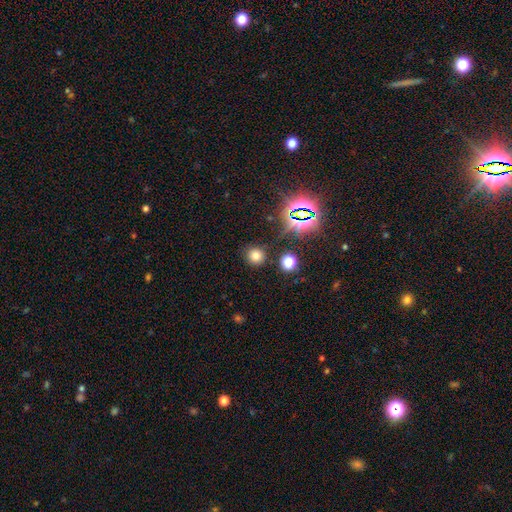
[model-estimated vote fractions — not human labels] Smooth or featured? smooth (70%)
How rounded? round (90%)
Merging? none (85%)